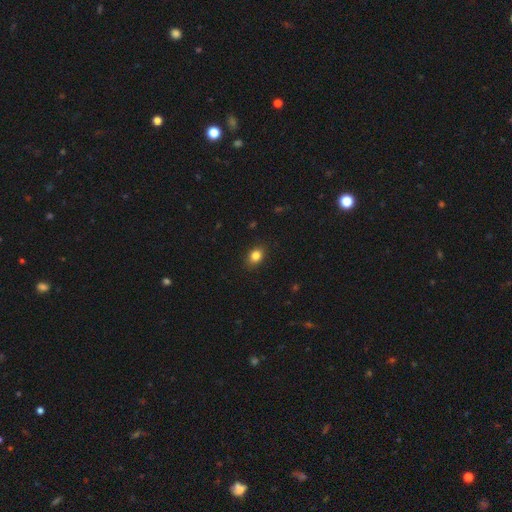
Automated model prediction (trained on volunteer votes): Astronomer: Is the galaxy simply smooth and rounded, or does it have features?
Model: smooth — 84%.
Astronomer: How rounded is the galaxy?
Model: in between — 65%.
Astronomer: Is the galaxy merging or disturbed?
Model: none — 87%.